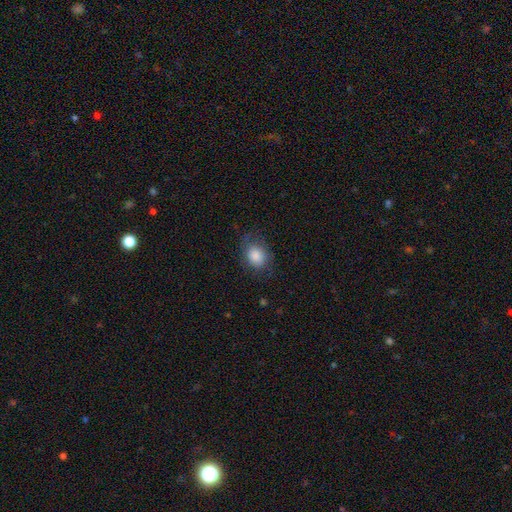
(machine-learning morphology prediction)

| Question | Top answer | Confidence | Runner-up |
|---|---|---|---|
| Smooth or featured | smooth | 84% | featured or disk (9%) |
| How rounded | in between | 52% | round (47%) |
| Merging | none | 68% | minor disturbance (22%) |